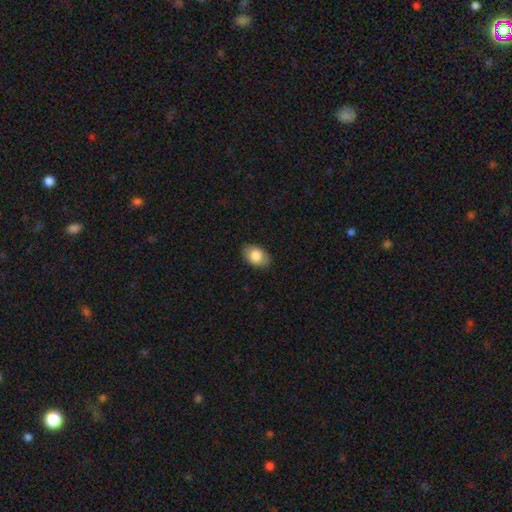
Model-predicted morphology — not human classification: Q: Smooth or featured?
A: smooth (83%); runner-up: featured or disk (11%)
Q: How rounded?
A: in between (86%); runner-up: round (13%)
Q: Merging?
A: none (86%); runner-up: minor disturbance (11%)